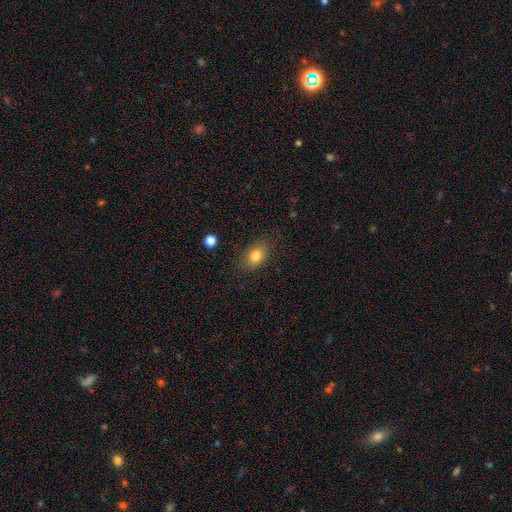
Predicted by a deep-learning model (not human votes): smooth_or_featured: smooth (p=0.81) [alt: star or artifact p=0.09]
how_rounded: in between (p=0.78) [alt: round p=0.20]
merging: none (p=0.81) [alt: minor disturbance p=0.13]